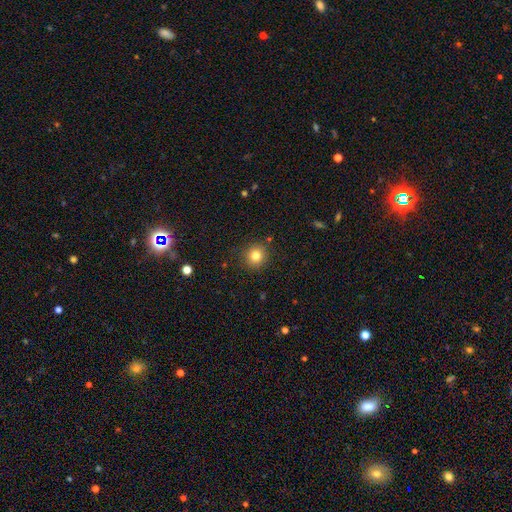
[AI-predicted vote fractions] smooth-or-featured: smooth: 81% | star or artifact: 12% | featured or disk: 7%
  how-rounded: round: 89% | in between: 10% | cigar-shaped: 1%
  merging: none: 88% | minor disturbance: 8% | major disturbance: 2% | merger: 2%